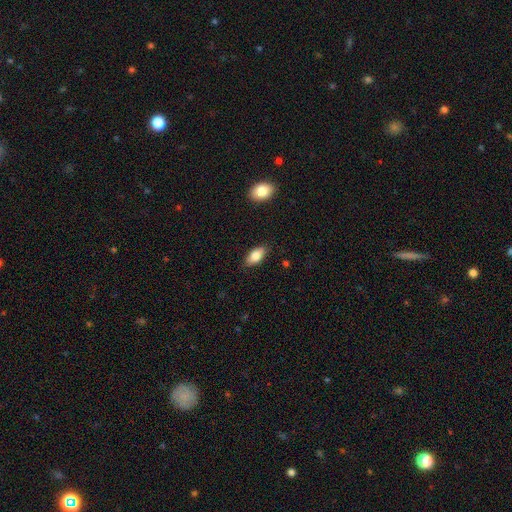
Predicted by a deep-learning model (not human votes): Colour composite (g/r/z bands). It shows a smooth galaxy with no disk features (81%) that is in between round and cigar-shaped (90%). Merging: none (85%).